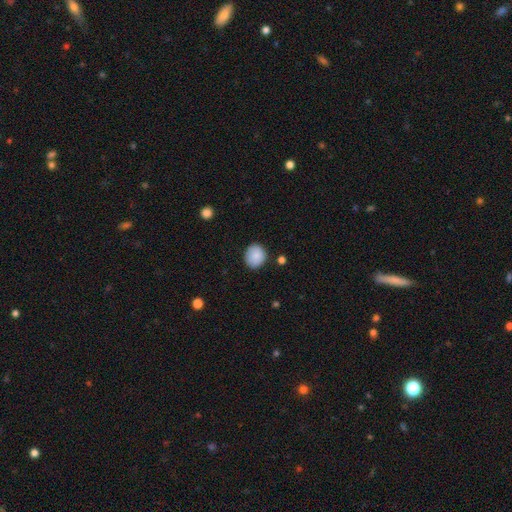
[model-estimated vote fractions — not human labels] Smooth or featured? Predicted: smooth (p=0.86). How rounded? Predicted: round (p=0.75). Merging? Predicted: none (p=0.86).